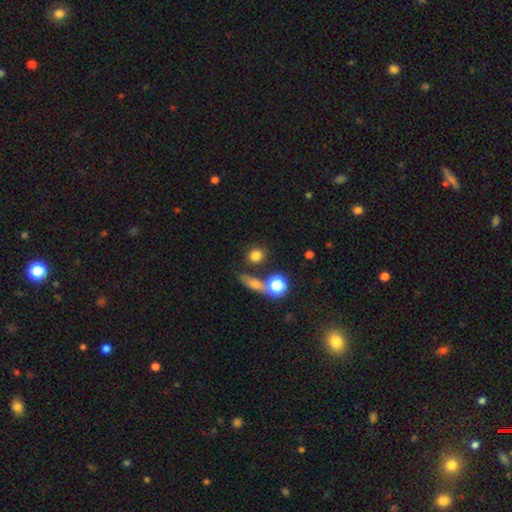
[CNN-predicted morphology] This appears to be a smooth galaxy with no disk features (77%) that is round (72%). Merging: none (73%).